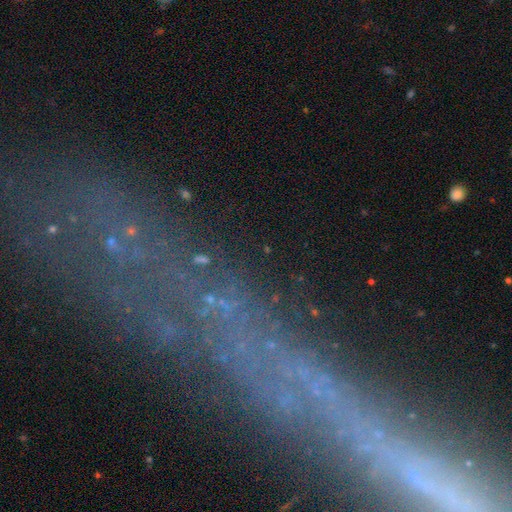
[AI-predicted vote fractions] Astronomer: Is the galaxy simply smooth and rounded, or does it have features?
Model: star or artifact — 45% (runner-up: featured or disk, 35%).